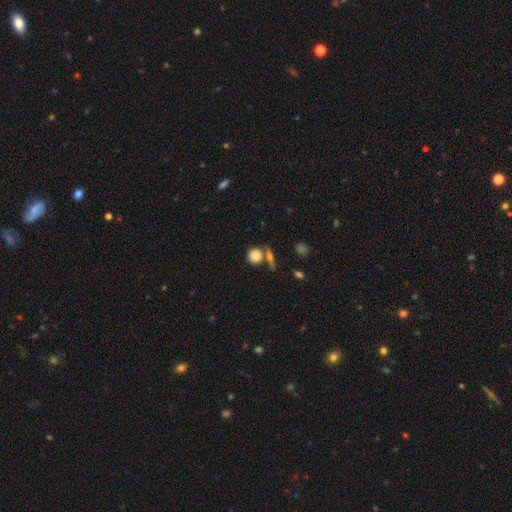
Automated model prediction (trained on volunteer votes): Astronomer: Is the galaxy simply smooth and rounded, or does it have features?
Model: smooth — 82%.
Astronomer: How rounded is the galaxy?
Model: round — 81%.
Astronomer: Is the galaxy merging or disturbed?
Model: none — 57%.